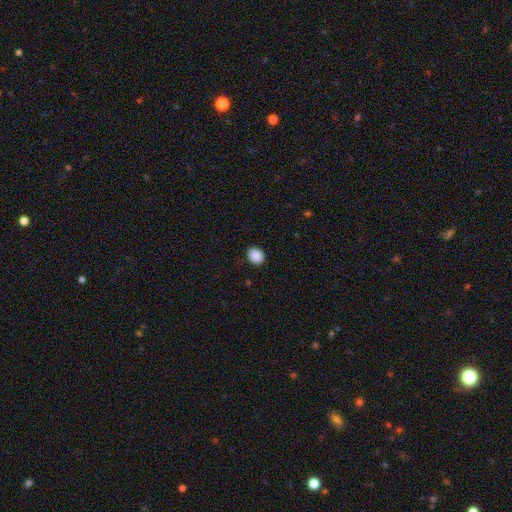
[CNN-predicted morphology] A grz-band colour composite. It shows a smooth galaxy with no disk features (90%) that is round (57%). Merging: none (90%).